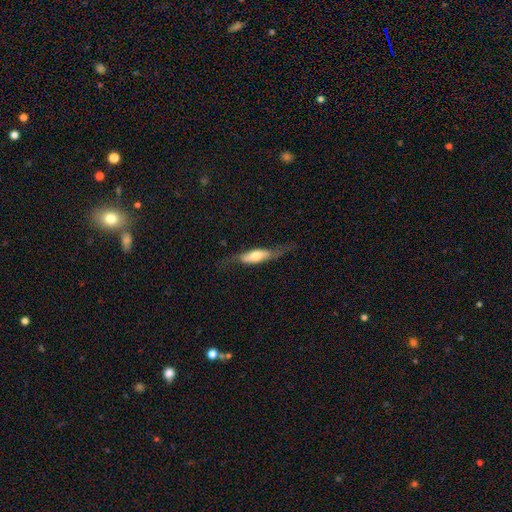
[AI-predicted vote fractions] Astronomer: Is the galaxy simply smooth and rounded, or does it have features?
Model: featured or disk — 50% (runner-up: smooth, 44%).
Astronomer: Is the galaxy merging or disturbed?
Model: none — 58%.